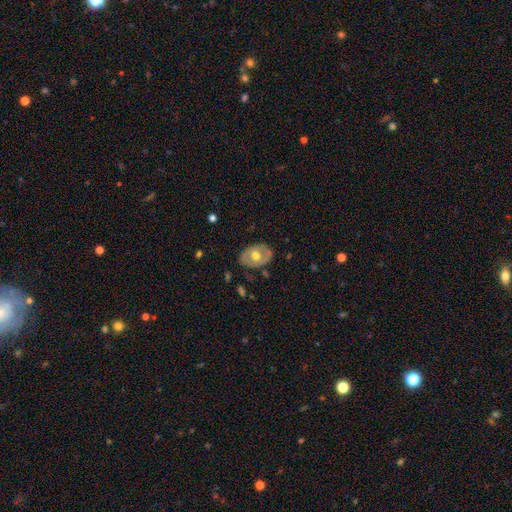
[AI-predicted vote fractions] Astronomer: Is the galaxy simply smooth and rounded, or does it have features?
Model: featured or disk — 48% (runner-up: smooth, 46%).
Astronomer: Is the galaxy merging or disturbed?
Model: none — 78%.